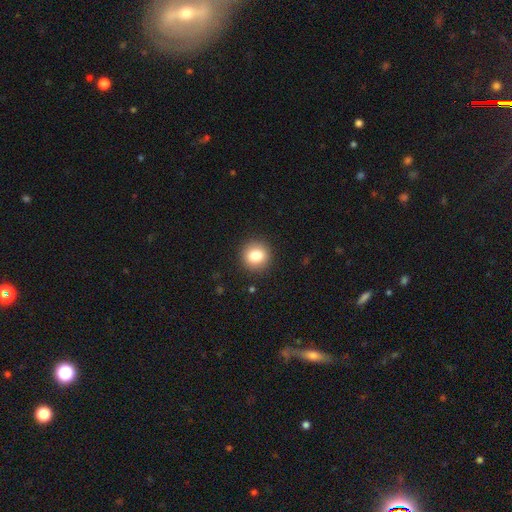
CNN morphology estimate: This appears to be a smooth galaxy with no disk features (82%) that is round (90%). Merging: none (91%).